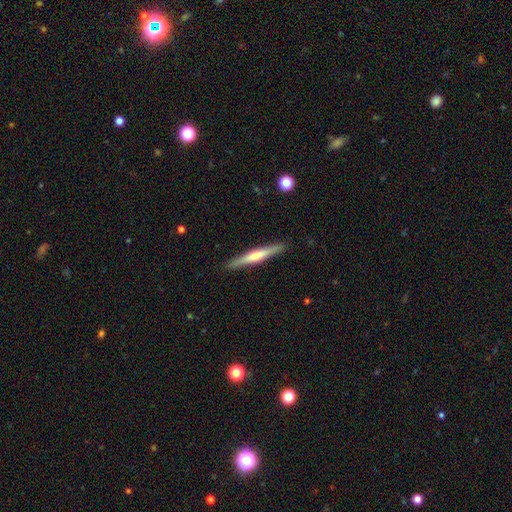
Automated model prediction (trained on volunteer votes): Morphology: type=featured or disk (55%); edge-on=yes (97%); edge-on bulge=rounded (64%); merging=none (90%).